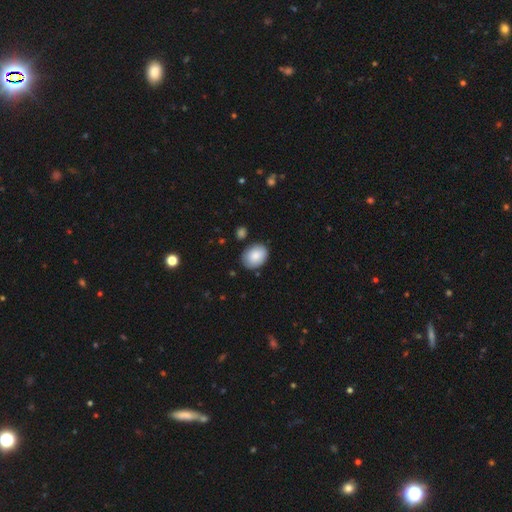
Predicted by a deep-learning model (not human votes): This appears to be a smooth galaxy with no disk features (86%) that is in between round and cigar-shaped (67%). Merging: none (81%).